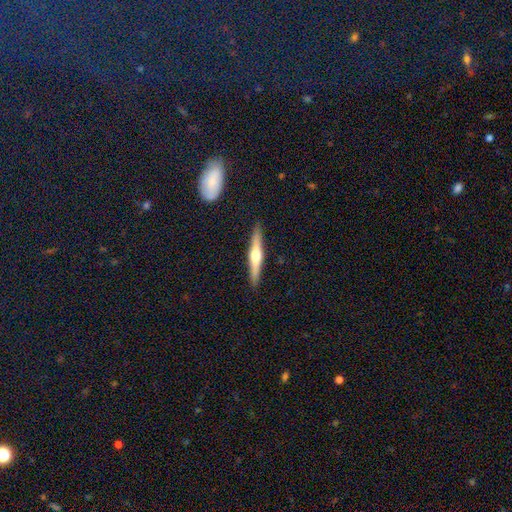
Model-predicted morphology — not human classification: The model was most divided on "smooth or featured": featured or disk: 62%, smooth: 33%, star or artifact: 5%. More confident: edge-on disk — yes (97%); merging — none (91%); edge-on bulge — rounded (90%).